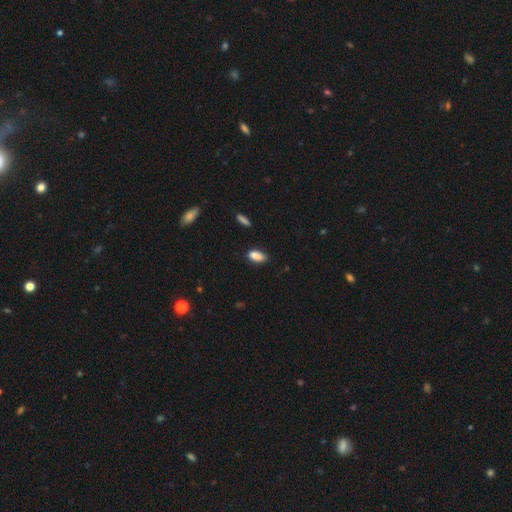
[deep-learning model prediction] A smooth galaxy with no disk features (87%) that is in between round and cigar-shaped (88%). Merging: none (76%).